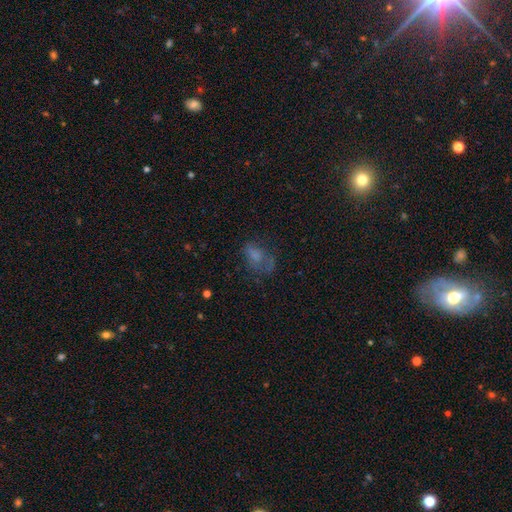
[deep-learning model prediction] Morphology: type=smooth (57%); roundness=in between (80%); merging=none (38%).